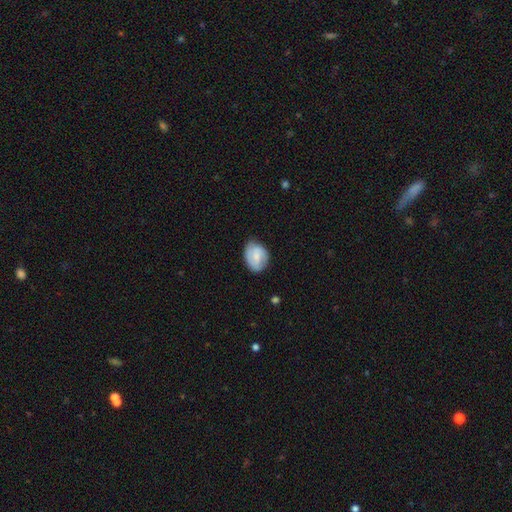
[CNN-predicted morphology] Smooth or featured? Predicted: smooth (p=0.54). How rounded? Predicted: in between (p=0.64). Merging? Predicted: none (p=0.66).